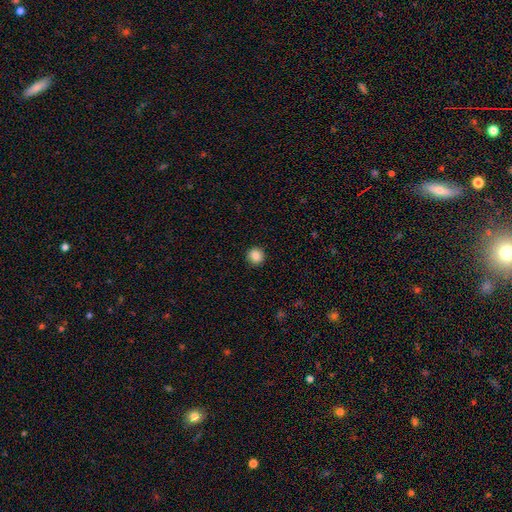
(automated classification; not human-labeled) Smooth or featured: smooth — 87% (star or artifact — 9%)
How rounded: round — 93% (in between — 6%)
Merging: none — 93% (minor disturbance — 5%)